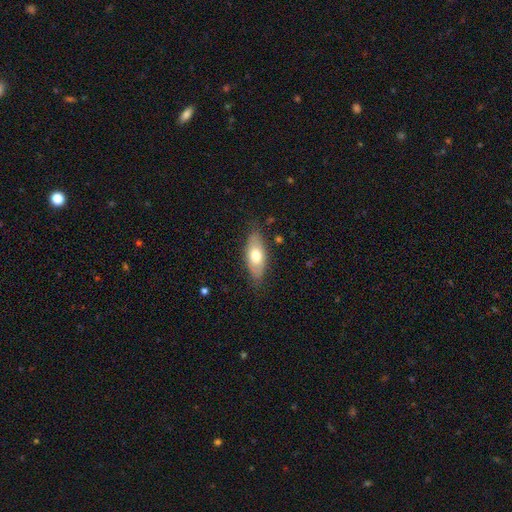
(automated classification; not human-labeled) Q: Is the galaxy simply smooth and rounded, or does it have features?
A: smooth — 64%.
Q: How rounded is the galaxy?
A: in between — 83%.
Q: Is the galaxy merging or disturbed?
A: none — 79%.